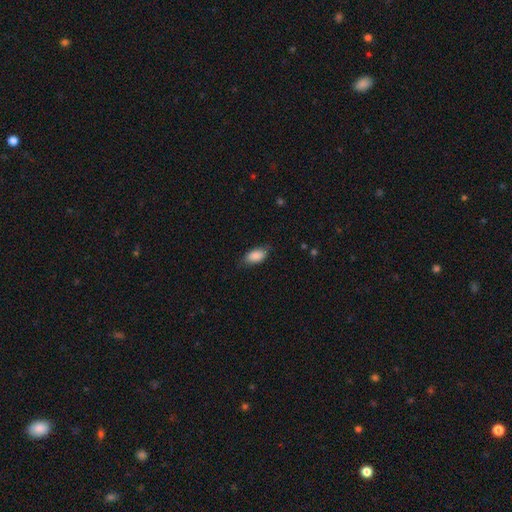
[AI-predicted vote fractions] The model was most divided on "merging": none: 73%, minor disturbance: 21%, major disturbance: 5%, merger: 1%. More confident: how rounded — in between (92%); smooth or featured — smooth (87%).